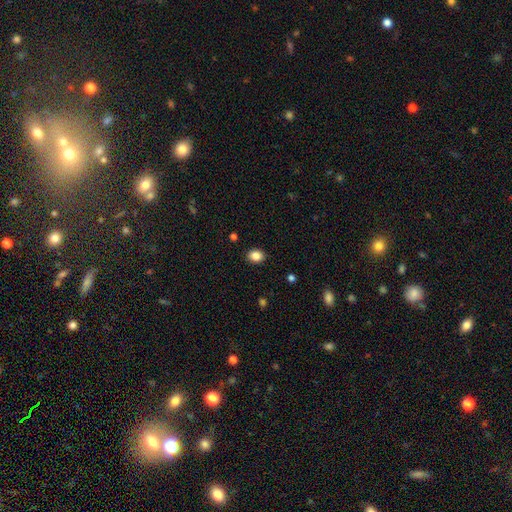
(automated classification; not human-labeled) A smooth galaxy with no disk features (86%) that is in between round and cigar-shaped (54%).

Vote fractions:
- Smooth or featured? smooth: 86% / star or artifact: 10% / featured or disk: 5%
- How rounded? in between: 54% / round: 45% / cigar-shaped: 1%
- Merging? none: 90% / minor disturbance: 7% / major disturbance: 2% / merger: 1%